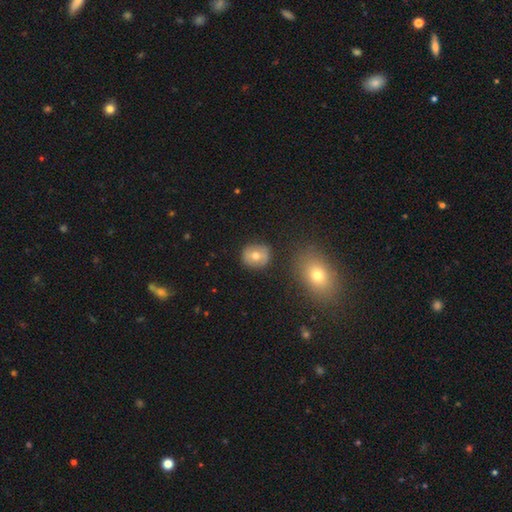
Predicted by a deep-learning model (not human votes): The model was most divided on "smooth or featured": smooth: 60%, featured or disk: 30%, star or artifact: 9%. More confident: merging — none (82%); how rounded — round (81%).